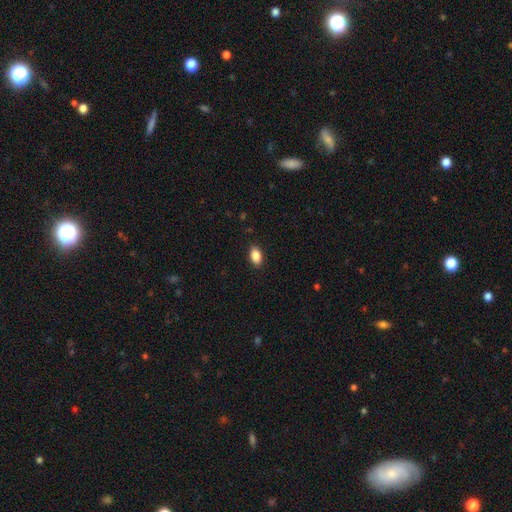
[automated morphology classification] type=smooth (88%); roundness=in between (91%); merging=none (89%).